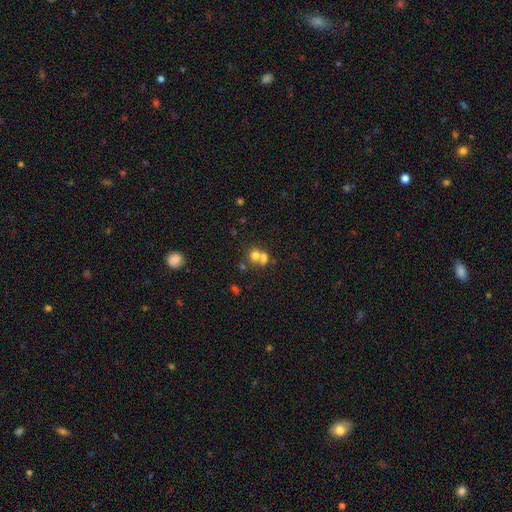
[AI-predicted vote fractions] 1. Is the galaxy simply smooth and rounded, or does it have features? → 70% smooth, 17% featured or disk, 14% star or artifact.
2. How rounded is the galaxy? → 73% round, 26% in between, 1% cigar-shaped.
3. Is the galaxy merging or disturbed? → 57% merger, 33% none, 6% minor disturbance, 4% major disturbance.